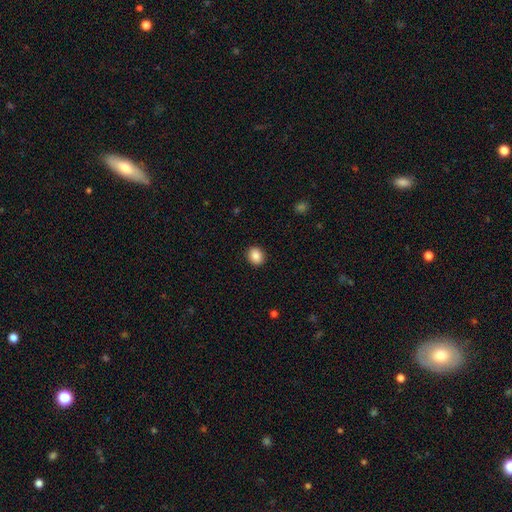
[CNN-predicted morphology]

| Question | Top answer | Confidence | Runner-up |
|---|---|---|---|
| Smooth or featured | smooth | 87% | star or artifact (9%) |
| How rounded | round | 68% | in between (31%) |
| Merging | none | 92% | minor disturbance (6%) |